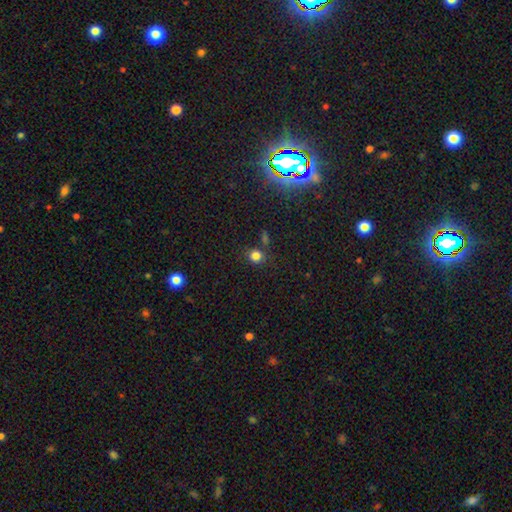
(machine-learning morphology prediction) smooth 79%, star or artifact 15%, featured or disk 5%. Down the decision tree: how rounded — round (84%); merging — none (76%).